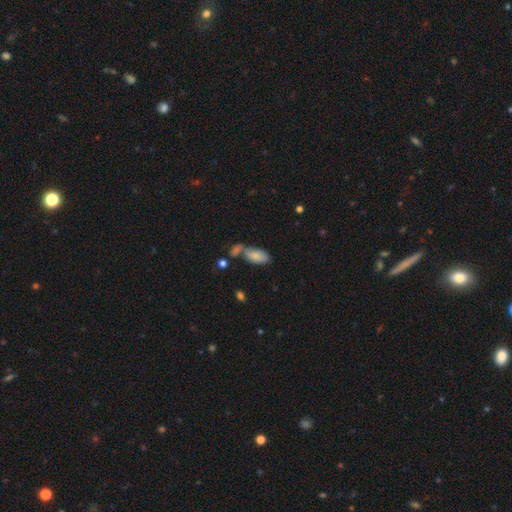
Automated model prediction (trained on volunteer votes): Morphology: type=smooth (79%); roundness=in between (92%); merging=none (40%).